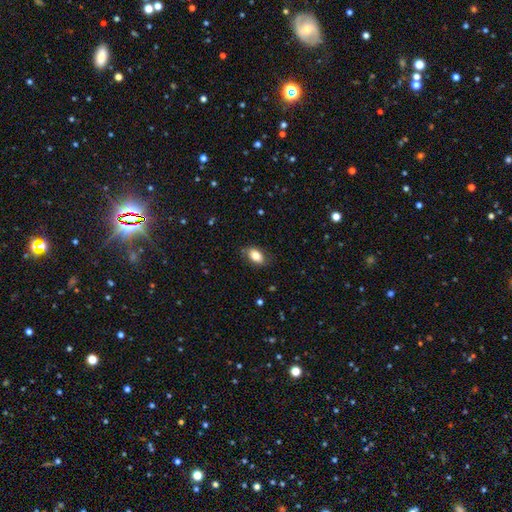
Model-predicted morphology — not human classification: A smooth galaxy with no disk features (79%) that is in between round and cigar-shaped (91%). Merging: none (81%).